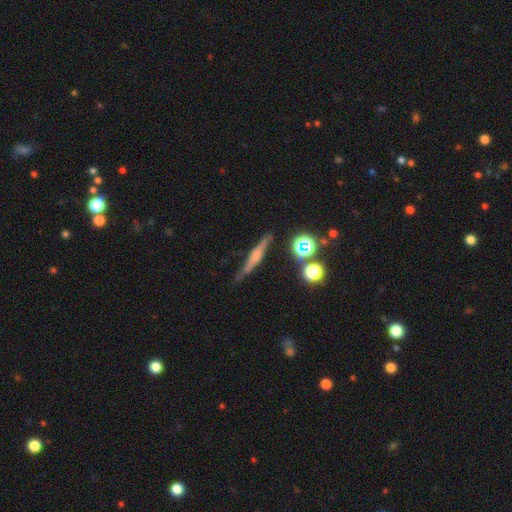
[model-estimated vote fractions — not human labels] Smooth or featured?
  - featured or disk: 56% *
  - smooth: 32%
  - star or artifact: 12%
Edge-on disk?
  - yes: 95% *
  - no: 5%
Edge-on bulge?
  - rounded: 54% *
  - boxy: 25%
  - none: 21%
Merging?
  - none: 81% *
  - minor disturbance: 13%
  - major disturbance: 3%
  - merger: 3%